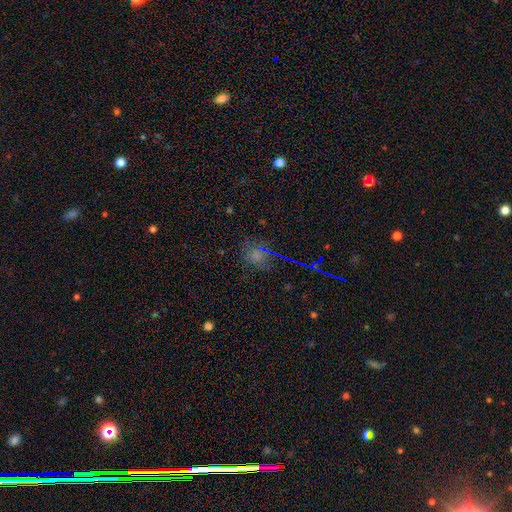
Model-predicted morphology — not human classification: This appears to be a smooth galaxy with no disk features (46%). Merging: none (66%).